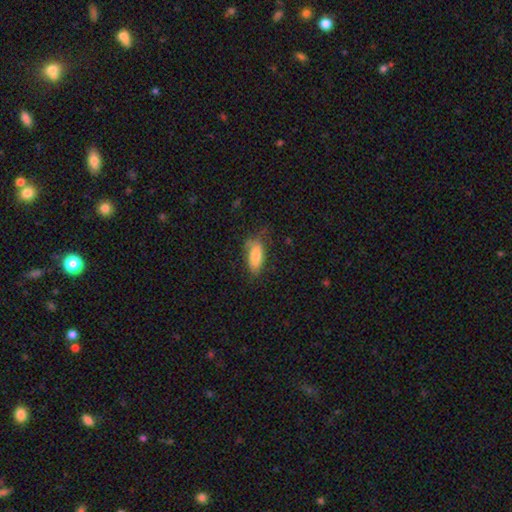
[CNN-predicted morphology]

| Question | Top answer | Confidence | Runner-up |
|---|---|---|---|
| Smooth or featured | smooth | 82% | featured or disk (11%) |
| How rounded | in between | 83% | cigar-shaped (15%) |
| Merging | none | 59% | minor disturbance (29%) |